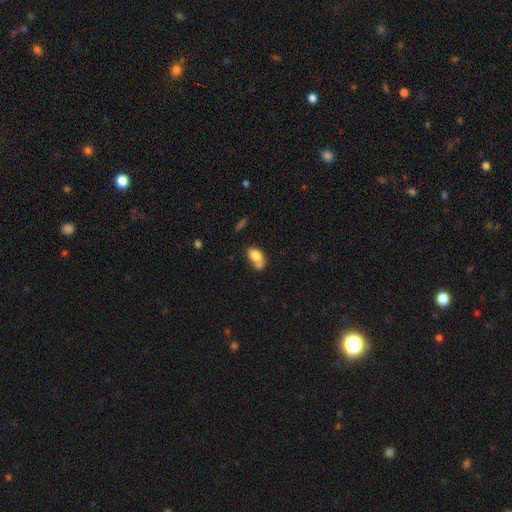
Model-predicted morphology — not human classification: The model was most divided on "merging": merger: 40%, none: 33%, minor disturbance: 19%, major disturbance: 9%. More confident: how rounded — in between (81%); smooth or featured — smooth (77%).